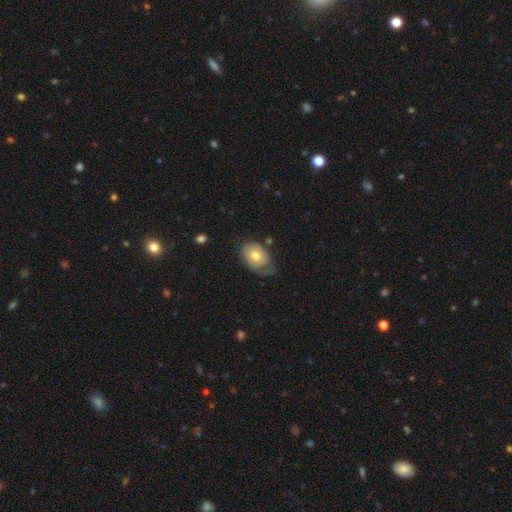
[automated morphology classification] smooth-or-featured: smooth: 61% | featured or disk: 32% | star or artifact: 6%
  how-rounded: in between: 73% | round: 26% | cigar-shaped: 1%
  merging: none: 45% | minor disturbance: 34% | major disturbance: 18% | merger: 3%